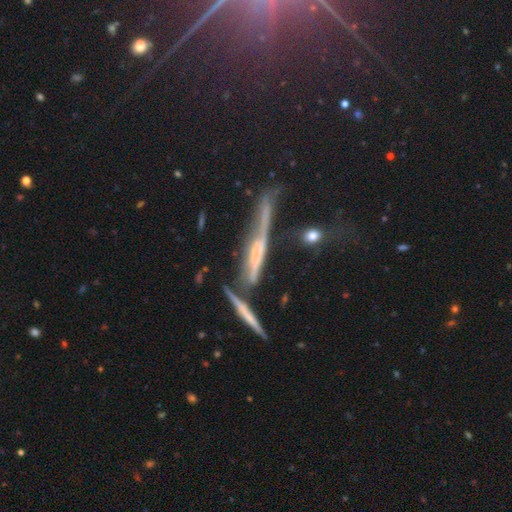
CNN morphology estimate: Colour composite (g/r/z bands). It shows a featured or disk galaxy (62%) viewed edge-on (79%). Merging: none (40%).